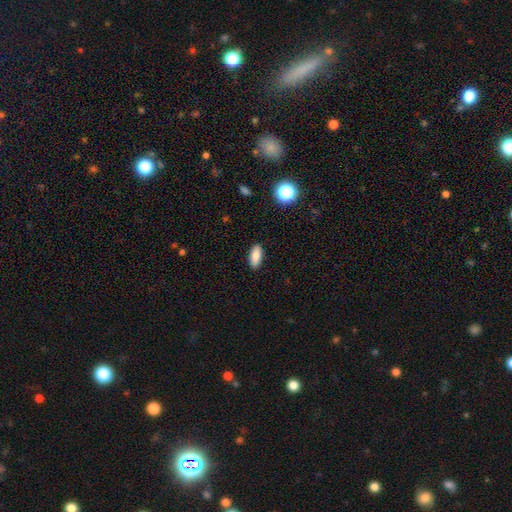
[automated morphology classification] smooth_or_featured: smooth (p=0.85) [alt: star or artifact p=0.08]
how_rounded: in between (p=0.81) [alt: cigar-shaped p=0.16]
merging: none (p=0.89) [alt: minor disturbance p=0.08]